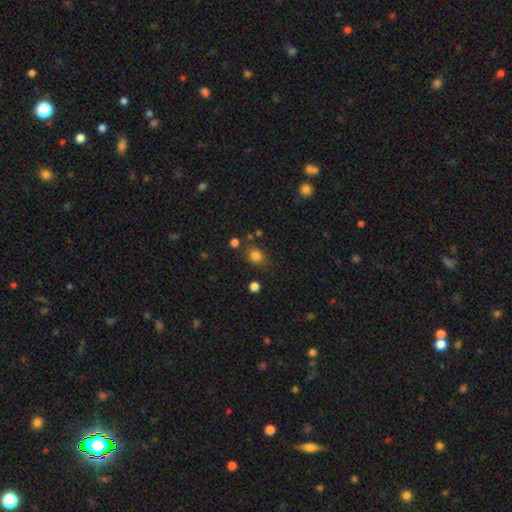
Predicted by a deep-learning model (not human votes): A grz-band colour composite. It shows a smooth galaxy with no disk features (81%) that is round (60%). Merging: none (74%).